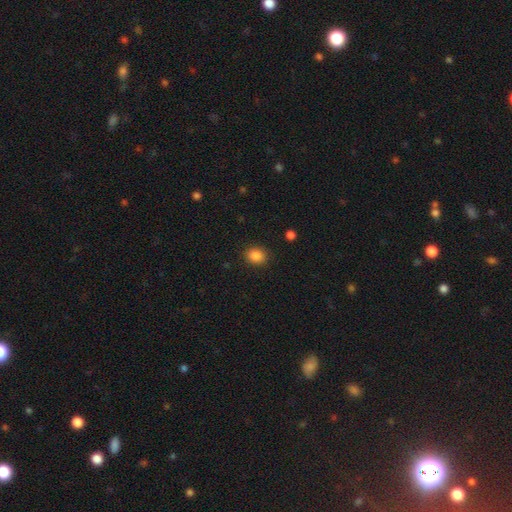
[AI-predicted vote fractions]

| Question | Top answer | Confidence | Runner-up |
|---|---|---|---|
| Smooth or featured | smooth | 86% | star or artifact (10%) |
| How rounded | round | 60% | in between (39%) |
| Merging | none | 89% | minor disturbance (8%) |